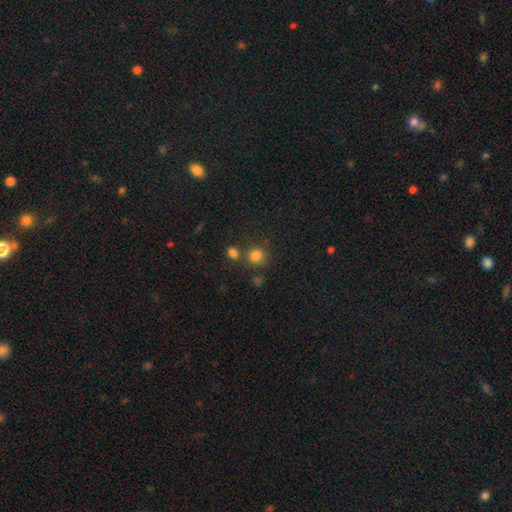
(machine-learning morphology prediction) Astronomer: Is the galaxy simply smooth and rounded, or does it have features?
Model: smooth — 81%.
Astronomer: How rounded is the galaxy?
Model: round — 88%.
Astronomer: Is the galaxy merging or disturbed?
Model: none — 70%.